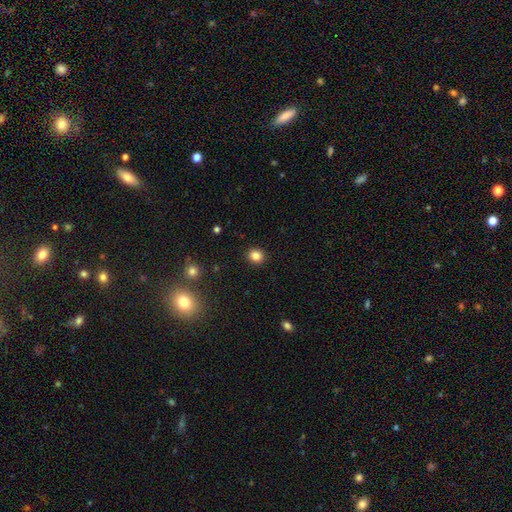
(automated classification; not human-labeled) This appears to be a smooth galaxy with no disk features (84%) that is round (81%). Merging: none (91%).